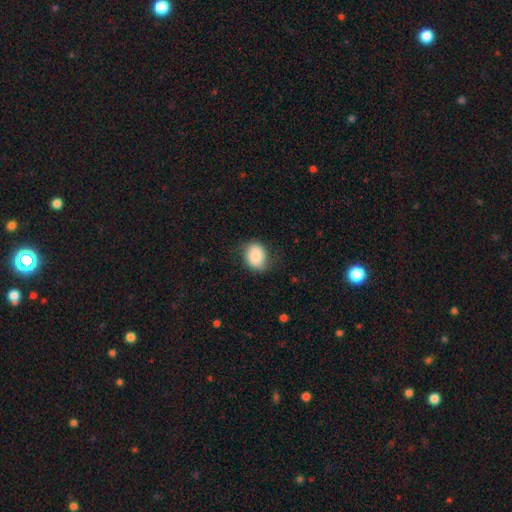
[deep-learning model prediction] smooth-or-featured: smooth: 84% | featured or disk: 9% | star or artifact: 7%
  how-rounded: in between: 53% | round: 46% | cigar-shaped: 1%
  merging: none: 72% | minor disturbance: 21% | major disturbance: 6% | merger: 1%